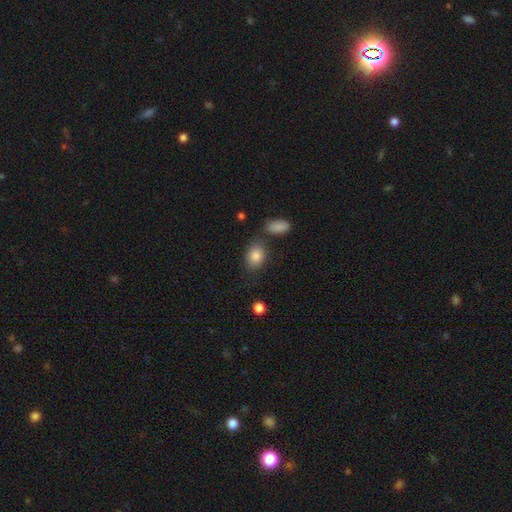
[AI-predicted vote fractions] Smooth or featured: smooth — 84% (star or artifact — 8%)
How rounded: in between — 73% (round — 25%)
Merging: none — 70% (minor disturbance — 15%)